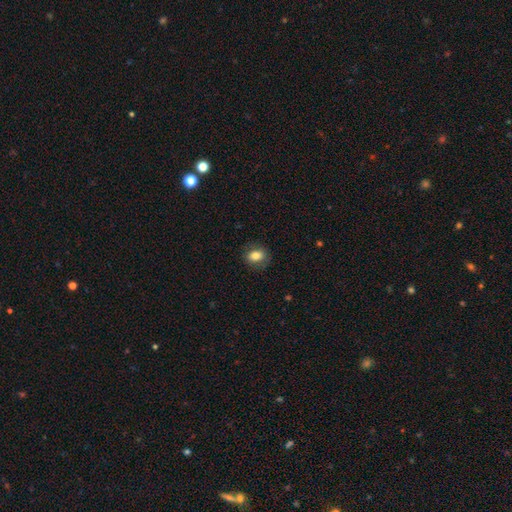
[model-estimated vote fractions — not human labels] smooth 79%, featured or disk 13%, star or artifact 8%. Down the decision tree: how rounded — in between (68%); merging — none (81%).